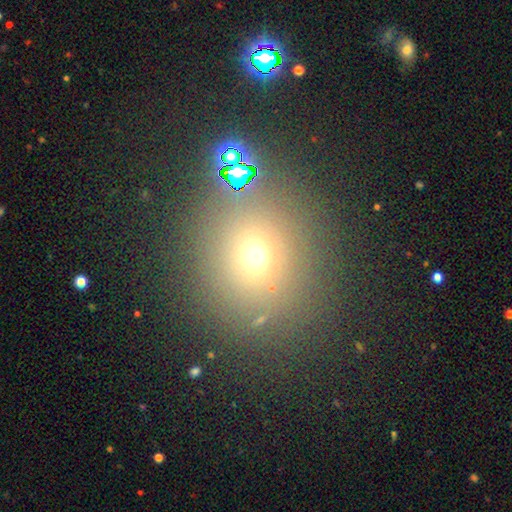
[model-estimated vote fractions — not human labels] Smooth or featured?
  - smooth: 61% *
  - star or artifact: 29%
  - featured or disk: 10%
How rounded?
  - round: 83% *
  - in between: 16%
  - cigar-shaped: 1%
Merging?
  - none: 80% *
  - minor disturbance: 9%
  - merger: 7%
  - major disturbance: 5%